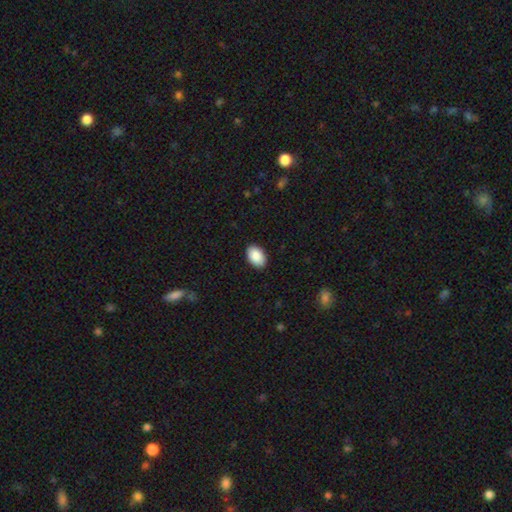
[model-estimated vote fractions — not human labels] Smooth or featured?
  - smooth: 90% *
  - star or artifact: 6%
  - featured or disk: 4%
How rounded?
  - in between: 91% *
  - round: 8%
  - cigar-shaped: 1%
Merging?
  - none: 90% *
  - minor disturbance: 8%
  - major disturbance: 2%
  - merger: 1%